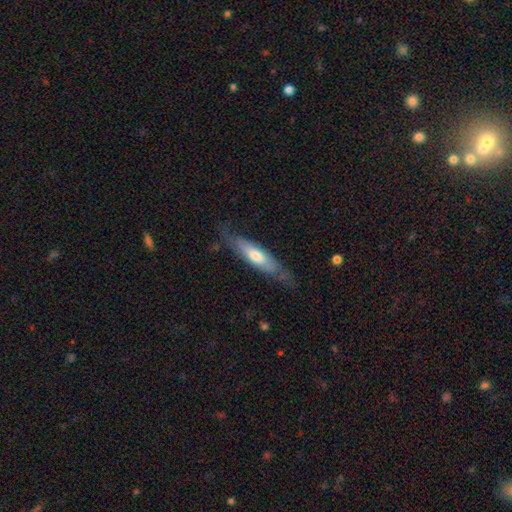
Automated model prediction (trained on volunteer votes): Smooth or featured?
  - featured or disk: 49% *
  - smooth: 46%
  - star or artifact: 5%
Merging?
  - none: 70% *
  - minor disturbance: 22%
  - major disturbance: 7%
  - merger: 1%